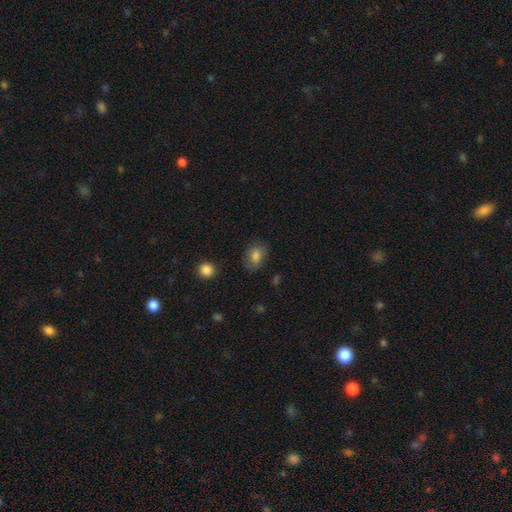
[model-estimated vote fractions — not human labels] Q: Smooth or featured?
A: smooth (82%); runner-up: featured or disk (9%)
Q: How rounded?
A: in between (74%); runner-up: round (25%)
Q: Merging?
A: none (77%); runner-up: minor disturbance (16%)